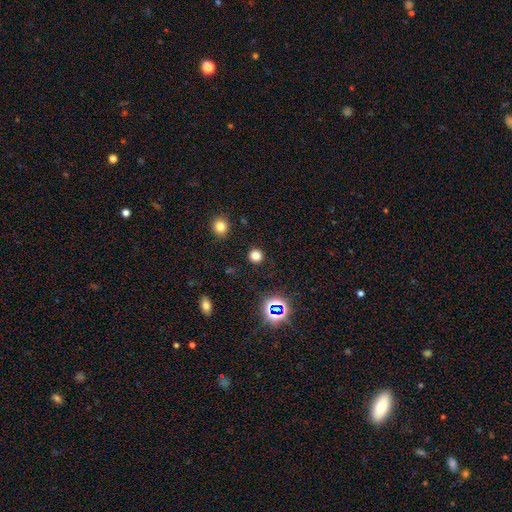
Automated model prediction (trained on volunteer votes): This appears to be a smooth galaxy with no disk features (75%) that is round (92%). Merging: none (91%).